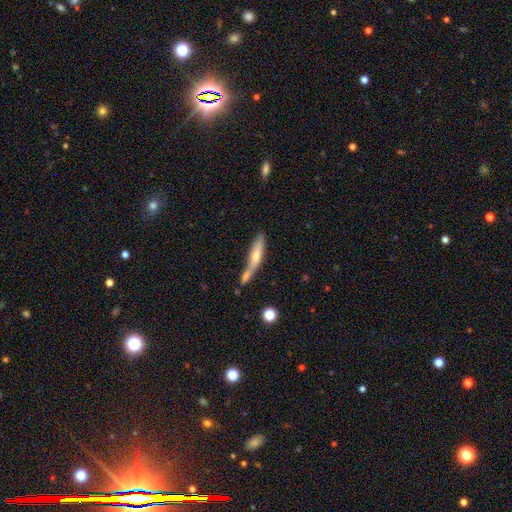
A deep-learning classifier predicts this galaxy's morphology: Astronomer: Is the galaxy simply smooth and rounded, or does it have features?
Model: smooth — 54% (runner-up: featured or disk, 39%).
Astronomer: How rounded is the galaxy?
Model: cigar-shaped — 81%.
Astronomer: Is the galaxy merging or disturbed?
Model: none — 42% (runner-up: merger, 34%).